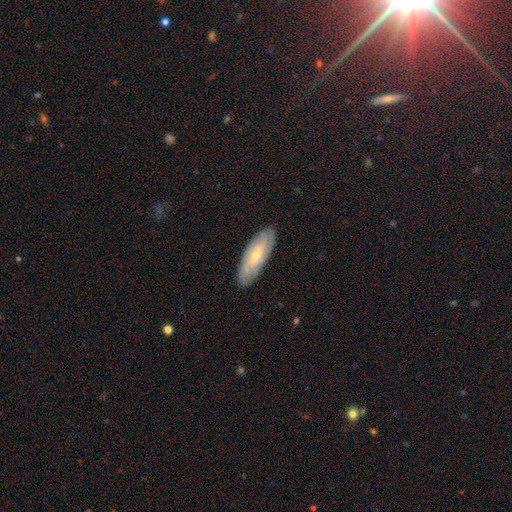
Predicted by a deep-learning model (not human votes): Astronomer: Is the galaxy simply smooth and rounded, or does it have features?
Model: featured or disk — 58% (runner-up: smooth, 36%).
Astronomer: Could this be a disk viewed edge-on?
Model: no — 81%.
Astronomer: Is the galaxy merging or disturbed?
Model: none — 85%.